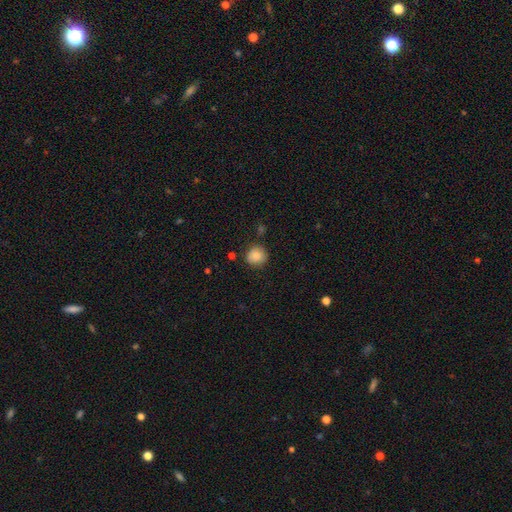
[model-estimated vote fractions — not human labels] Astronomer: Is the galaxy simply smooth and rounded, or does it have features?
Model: smooth — 85%.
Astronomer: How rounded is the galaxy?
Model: round — 90%.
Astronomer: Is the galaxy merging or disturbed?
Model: none — 83%.